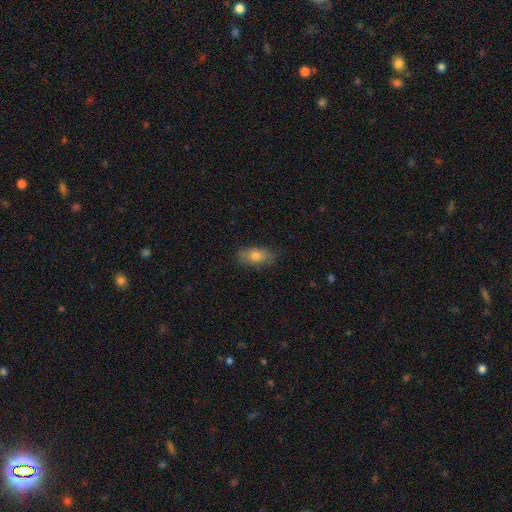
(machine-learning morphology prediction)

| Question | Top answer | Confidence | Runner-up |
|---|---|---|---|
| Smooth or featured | smooth | 77% | featured or disk (15%) |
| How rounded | in between | 84% | cigar-shaped (11%) |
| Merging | none | 83% | minor disturbance (14%) |